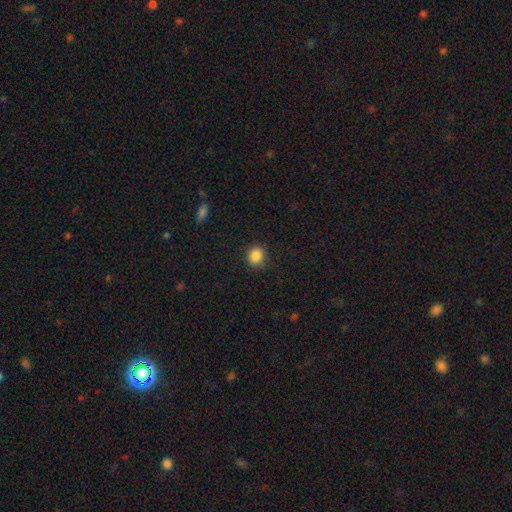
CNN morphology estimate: Smooth or featured?
  - smooth: 87% *
  - star or artifact: 10%
  - featured or disk: 3%
How rounded?
  - round: 73% *
  - in between: 26%
  - cigar-shaped: 1%
Merging?
  - none: 88% *
  - minor disturbance: 9%
  - major disturbance: 3%
  - merger: 1%